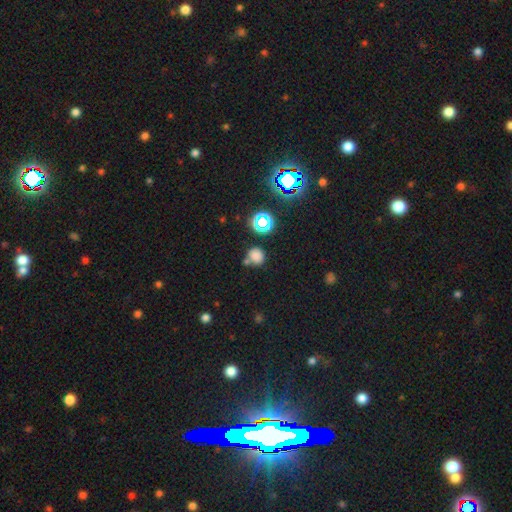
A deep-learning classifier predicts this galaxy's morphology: The model was most divided on "smooth or featured": smooth: 73%, star or artifact: 21%, featured or disk: 6%. More confident: how rounded — round (86%); merging — none (69%).